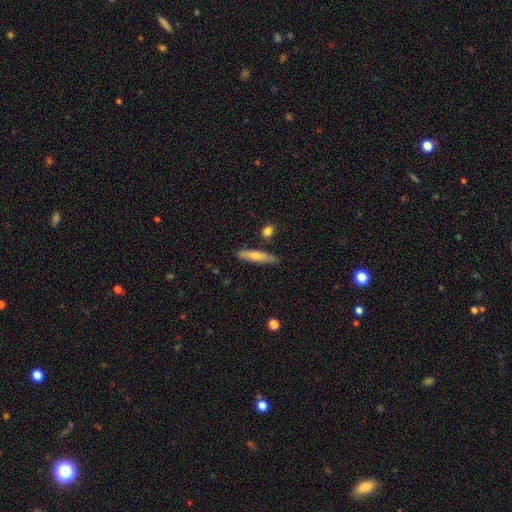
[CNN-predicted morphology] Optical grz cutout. It shows a smooth galaxy with no disk features (68%) that is cigar-shaped (83%). Merging: none (82%).